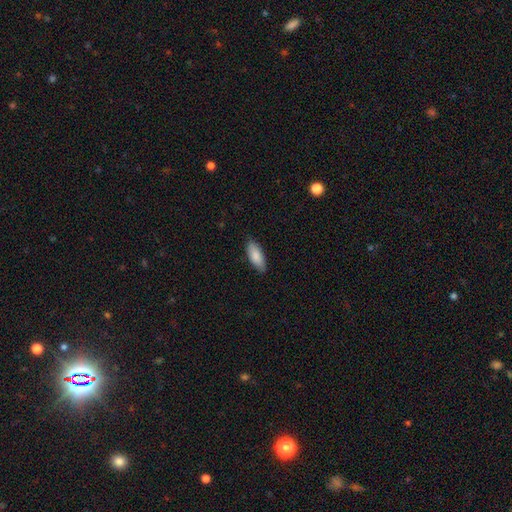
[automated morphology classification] The model was most divided on "how rounded": in between: 76%, cigar-shaped: 22%, round: 2%. More confident: smooth or featured — smooth (86%); merging — none (85%).